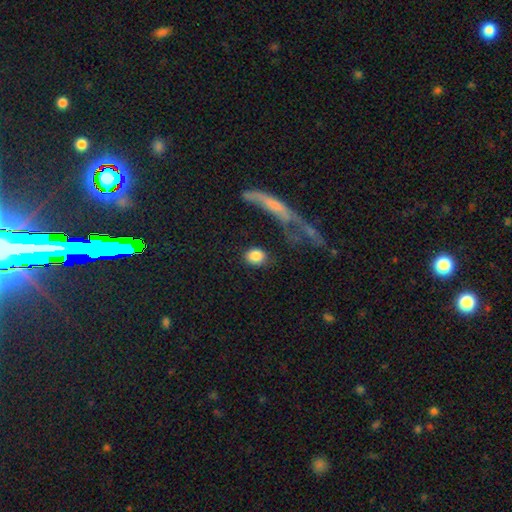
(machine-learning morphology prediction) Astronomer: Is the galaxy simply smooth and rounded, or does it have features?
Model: smooth — 84%.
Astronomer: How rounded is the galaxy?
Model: round — 62%.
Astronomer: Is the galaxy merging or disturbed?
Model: none — 72%.